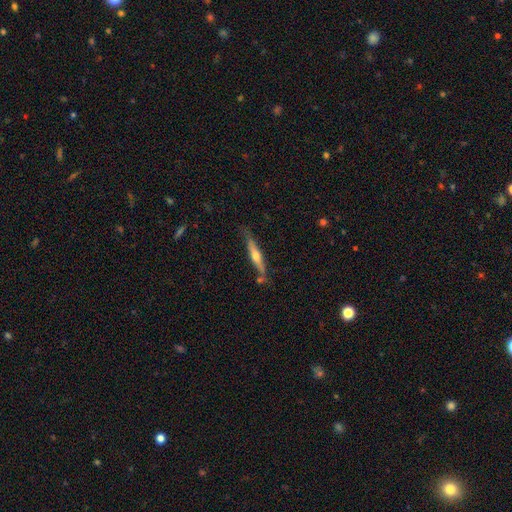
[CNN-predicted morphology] smooth-or-featured: featured or disk: 59% | smooth: 36% | star or artifact: 6%
  disk-edge-on: yes: 94% | no: 6%
    edge-on-bulge: rounded: 84% | none: 10% | boxy: 5%
  merging: none: 71% | minor disturbance: 19% | merger: 7% | major disturbance: 4%